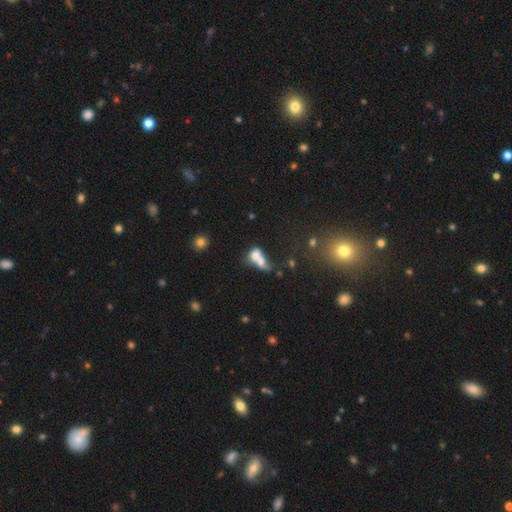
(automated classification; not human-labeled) smooth 64%, featured or disk 25%, star or artifact 12%. Down the decision tree: how rounded — in between (62%); merging — merger (75%).